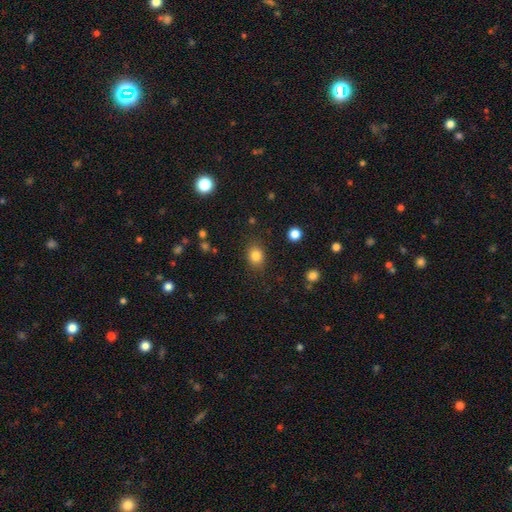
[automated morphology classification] A smooth galaxy with no disk features (83%) that is round (52%).

Vote fractions:
- Smooth or featured? smooth: 83% / star or artifact: 11% / featured or disk: 6%
- How rounded? round: 52% / in between: 47% / cigar-shaped: 1%
- Merging? none: 84% / minor disturbance: 11% / major disturbance: 3% / merger: 2%